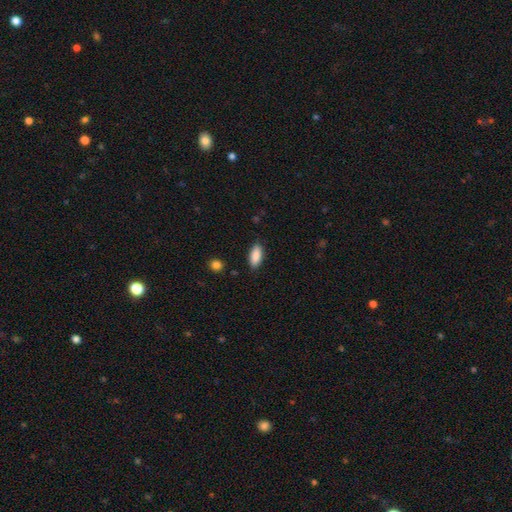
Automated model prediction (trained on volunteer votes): This appears to be a smooth galaxy with no disk features (89%) that is in between round and cigar-shaped (85%). Merging: none (86%).